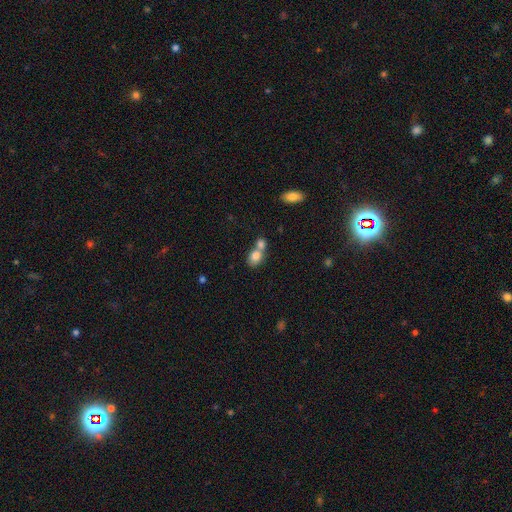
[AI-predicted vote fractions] Overall: smooth (81%). How rounded: in between (51%; round 48%). Merging: merger (62%; none 29%).